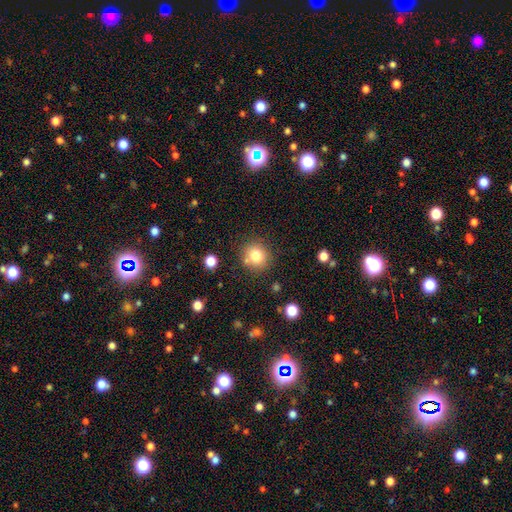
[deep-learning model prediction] Smooth or featured?
  - smooth: 79% *
  - star or artifact: 12%
  - featured or disk: 9%
How rounded?
  - round: 88% *
  - in between: 11%
  - cigar-shaped: 1%
Merging?
  - none: 78% *
  - minor disturbance: 10%
  - merger: 9%
  - major disturbance: 3%